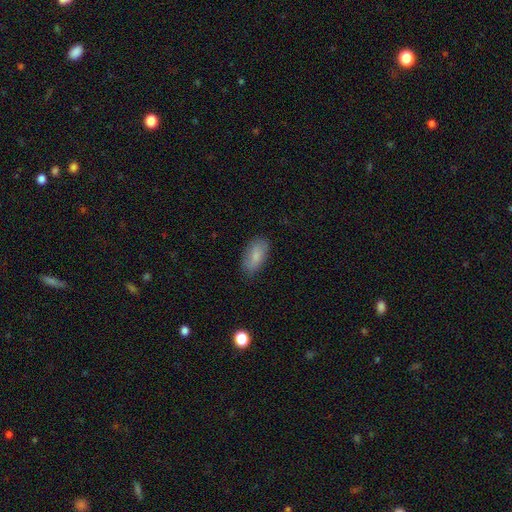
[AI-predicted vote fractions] A smooth galaxy with no disk features (84%) that is in between round and cigar-shaped (92%). Merging: none (79%).